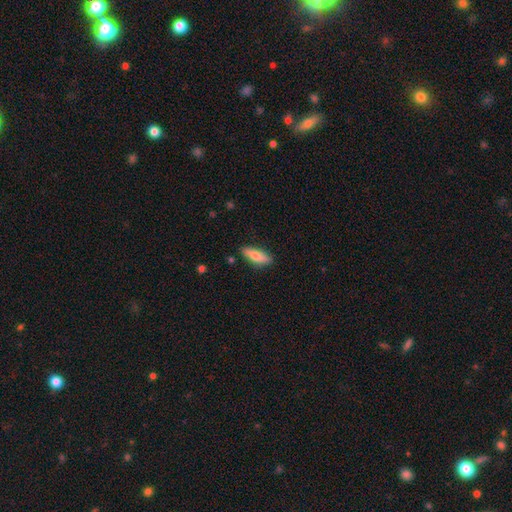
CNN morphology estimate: Smooth or featured? smooth (73%)
How rounded? in between (56%)
Merging? none (85%)